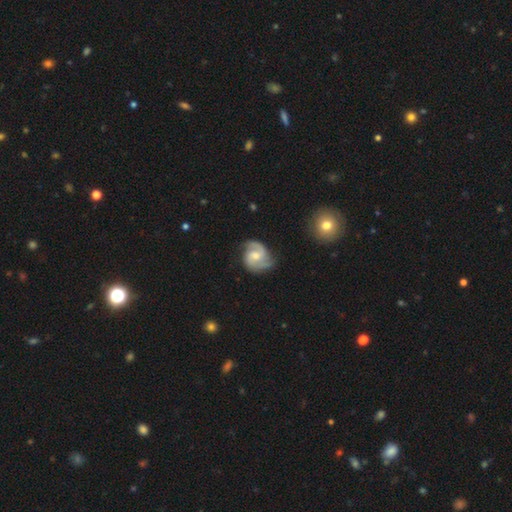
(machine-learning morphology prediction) Q: Smooth or featured?
A: featured or disk (87%); runner-up: smooth (8%)
Q: Edge-on disk?
A: no (98%); runner-up: yes (2%)
Q: Bar?
A: weak (48%); runner-up: no (42%)
Q: Spiral arms?
A: yes (97%); runner-up: no (3%)
Q: Spiral winding?
A: medium (53%); runner-up: tight (30%)
Q: Spiral arm count?
A: 2 (87%); runner-up: 3 (5%)
Q: Bulge size?
A: moderate (59%); runner-up: small (32%)
Q: Merging?
A: none (73%); runner-up: minor disturbance (20%)